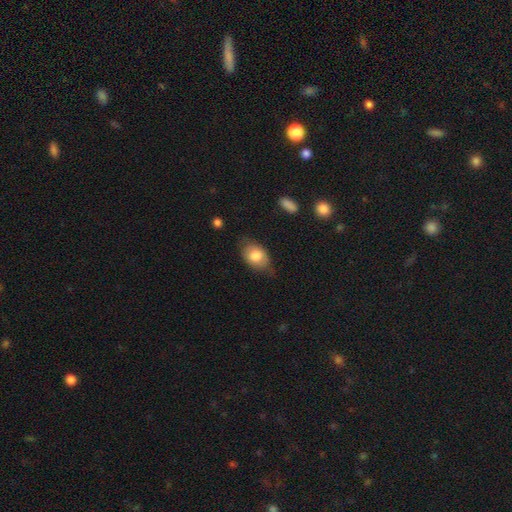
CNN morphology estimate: smooth-or-featured: smooth: 77% | featured or disk: 17% | star or artifact: 7%
  how-rounded: in between: 81% | round: 18% | cigar-shaped: 2%
  merging: none: 65% | minor disturbance: 26% | major disturbance: 7% | merger: 2%